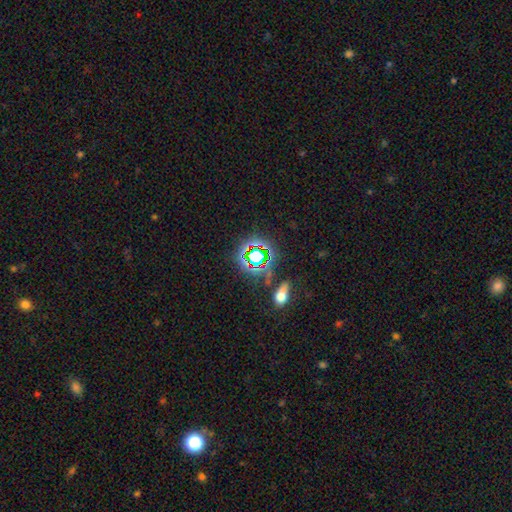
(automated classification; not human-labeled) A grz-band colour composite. It shows a star or artifact, not a galaxy (66%).